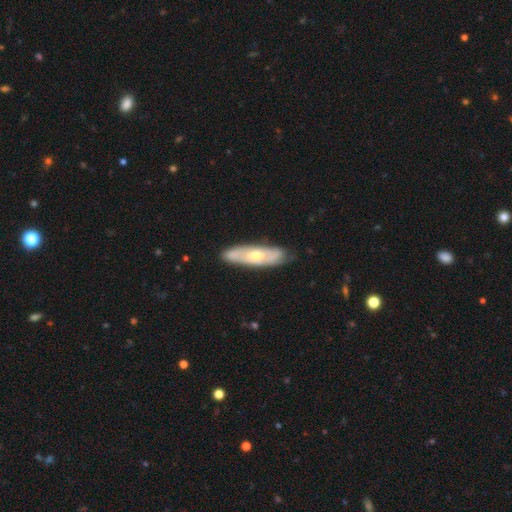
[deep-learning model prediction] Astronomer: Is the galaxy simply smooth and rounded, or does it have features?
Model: featured or disk — 64%.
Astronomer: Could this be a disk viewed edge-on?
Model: no — 66%.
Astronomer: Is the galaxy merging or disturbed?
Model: none — 83%.